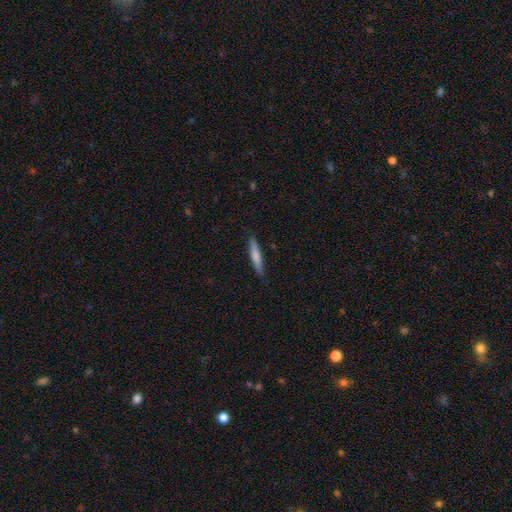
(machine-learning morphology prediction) smooth 71%, featured or disk 23%, star or artifact 6%. Down the decision tree: how rounded — cigar-shaped (92%); merging — none (88%).